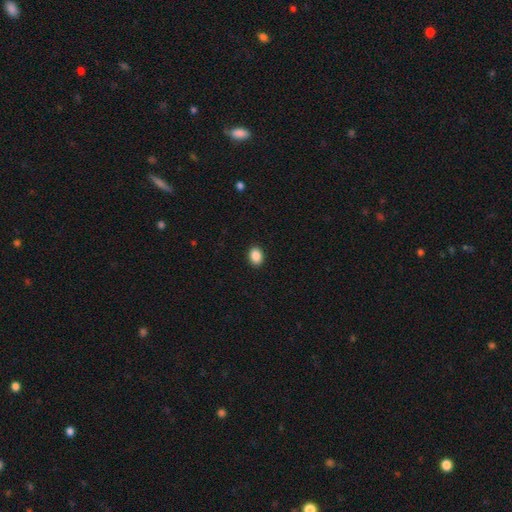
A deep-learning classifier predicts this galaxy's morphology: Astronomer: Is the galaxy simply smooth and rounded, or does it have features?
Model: smooth — 89%.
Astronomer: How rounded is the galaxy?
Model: in between — 63%.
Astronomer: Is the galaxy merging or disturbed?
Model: none — 91%.